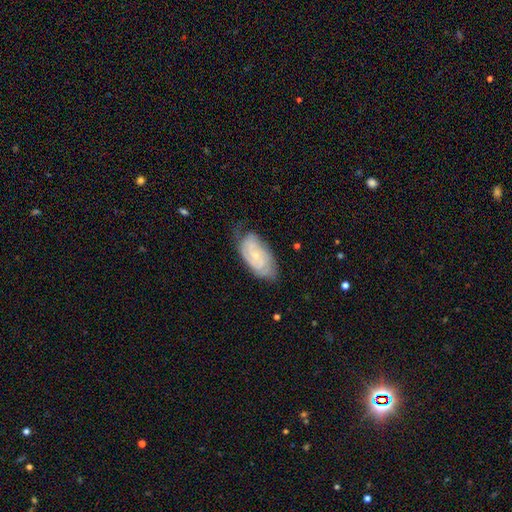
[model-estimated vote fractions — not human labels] featured or disk 77%, smooth 17%, star or artifact 6%. Down the decision tree: edge-on disk — no (95%); bar — no (65%); spiral arms — yes (94%); spiral arm count — 2 (40%); spiral winding — tight (66%); bulge size — small (75%); merging — none (65%).